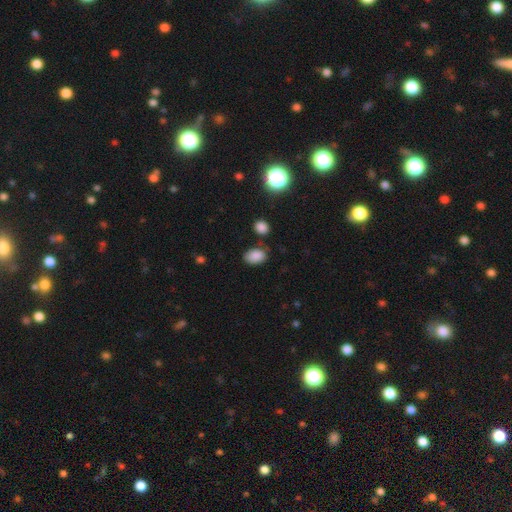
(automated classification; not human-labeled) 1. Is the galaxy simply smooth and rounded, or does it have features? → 84% smooth, 10% star or artifact, 6% featured or disk.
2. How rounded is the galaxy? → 82% in between, 17% round, 1% cigar-shaped.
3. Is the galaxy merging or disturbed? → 67% none, 20% minor disturbance, 8% merger, 5% major disturbance.